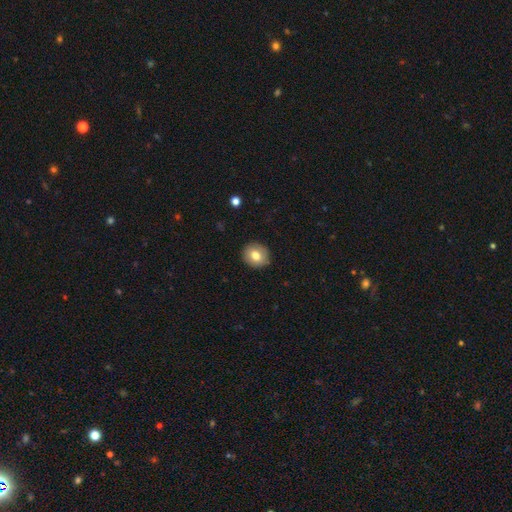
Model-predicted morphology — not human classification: smooth_or_featured: smooth (p=0.78) [alt: featured or disk p=0.14]
how_rounded: round (p=0.78) [alt: in between p=0.21]
merging: none (p=0.90) [alt: minor disturbance p=0.07]